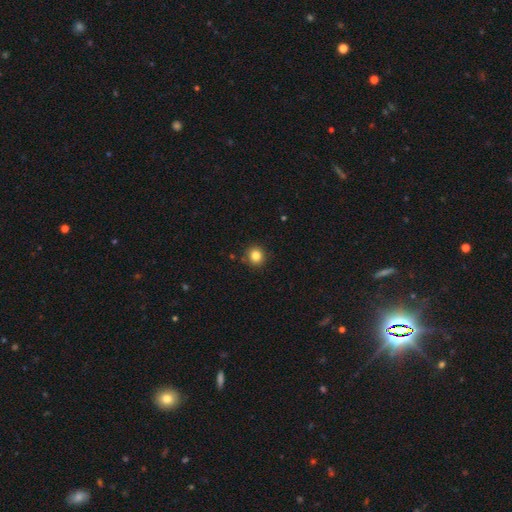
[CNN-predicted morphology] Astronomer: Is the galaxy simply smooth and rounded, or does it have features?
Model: smooth — 83%.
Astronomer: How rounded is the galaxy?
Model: round — 93%.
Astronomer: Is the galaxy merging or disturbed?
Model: none — 88%.